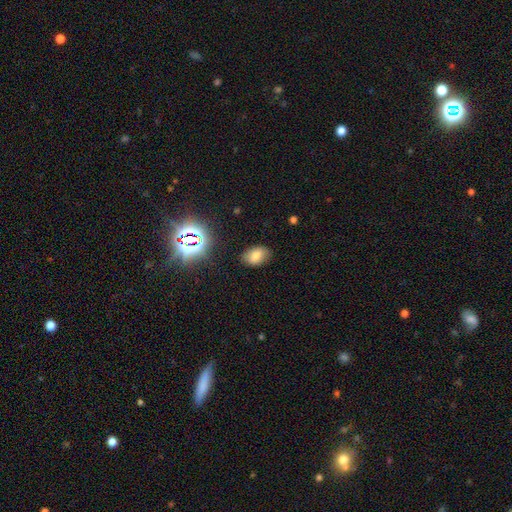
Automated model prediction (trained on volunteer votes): A smooth galaxy with no disk features (72%) that is in between round and cigar-shaped (87%).

Vote fractions:
- Smooth or featured? smooth: 72% / star or artifact: 17% / featured or disk: 11%
- How rounded? in between: 87% / round: 12% / cigar-shaped: 1%
- Merging? none: 83% / minor disturbance: 12% / major disturbance: 3% / merger: 1%